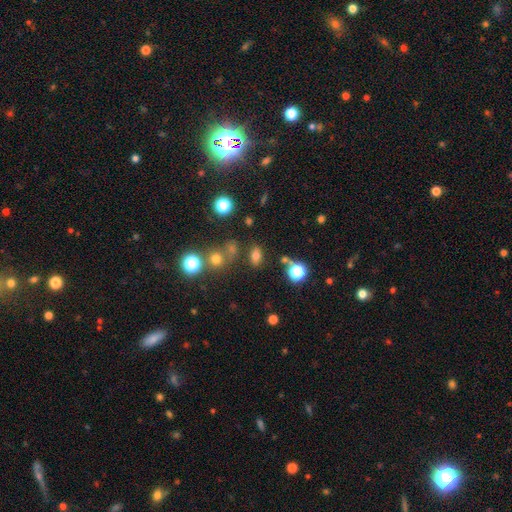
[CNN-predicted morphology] The model was most divided on "smooth or featured": smooth: 72%, star or artifact: 19%, featured or disk: 9%. More confident: how rounded — in between (77%); merging — none (76%).